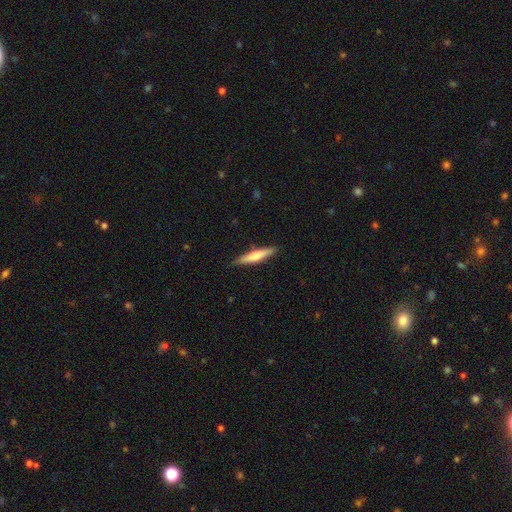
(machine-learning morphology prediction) Smooth or featured? Predicted: smooth (p=0.58). How rounded? Predicted: cigar-shaped (p=0.89). Merging? Predicted: none (p=0.87).